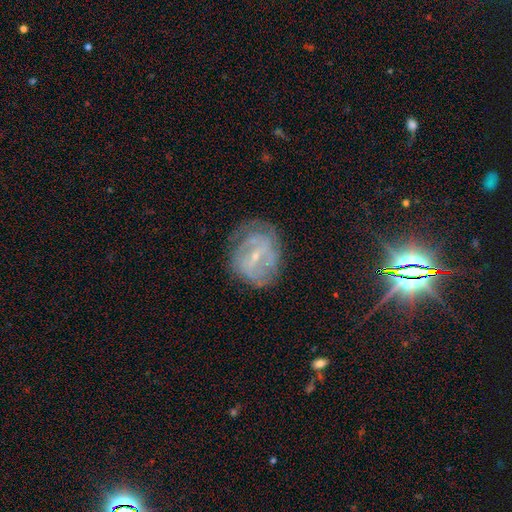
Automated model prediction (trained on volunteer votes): smooth_or_featured: featured or disk (p=0.73) [alt: smooth p=0.17]
disk_edge_on: no (p=0.96) [alt: yes p=0.04]
bar: weak (p=0.50) [alt: strong p=0.28]
has_spiral_arms: yes (p=0.77) [alt: no p=0.23]
spiral_winding: tight (p=0.53) [alt: medium p=0.33]
spiral_arm_count: can't tell (p=0.47) [alt: 2 p=0.31]
bulge_size: small (p=0.74) [alt: moderate p=0.20]
merging: none (p=0.65) [alt: minor disturbance p=0.22]